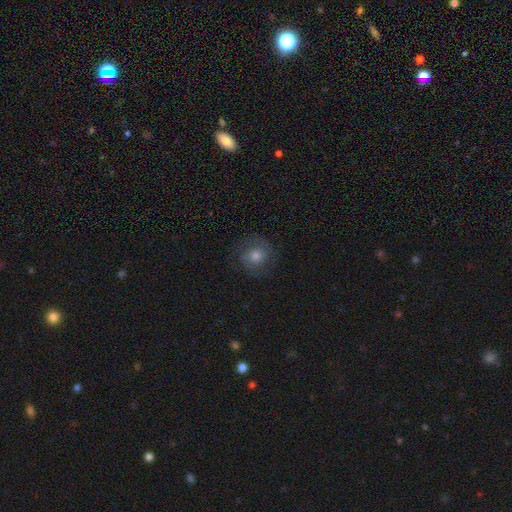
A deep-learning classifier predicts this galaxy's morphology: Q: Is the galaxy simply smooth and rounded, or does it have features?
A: featured or disk — 52%.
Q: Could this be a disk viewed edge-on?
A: no — 97%.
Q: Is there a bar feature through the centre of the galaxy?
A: no — 74%.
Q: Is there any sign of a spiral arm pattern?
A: yes — 87%.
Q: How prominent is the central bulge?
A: moderate — 63%.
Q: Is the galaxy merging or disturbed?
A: none — 80%.